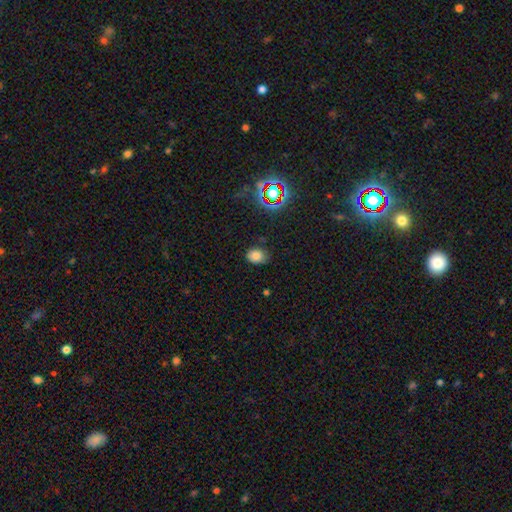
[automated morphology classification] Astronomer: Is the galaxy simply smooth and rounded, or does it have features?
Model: smooth — 78%.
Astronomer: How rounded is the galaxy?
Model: in between — 63%.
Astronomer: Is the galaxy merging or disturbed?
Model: none — 71%.